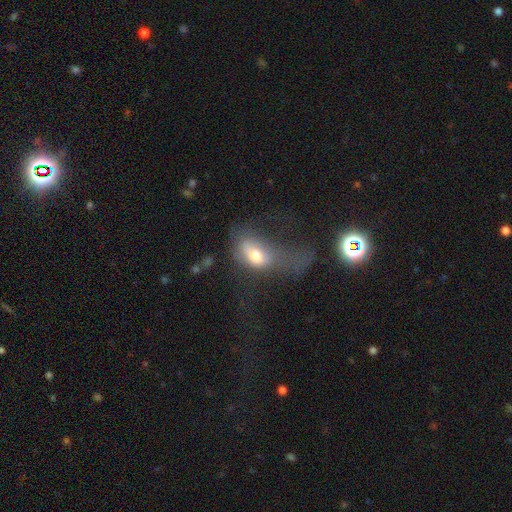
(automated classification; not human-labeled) smooth-or-featured: smooth: 63% | featured or disk: 27% | star or artifact: 10%
  how-rounded: in between: 83% | round: 12% | cigar-shaped: 5%
  merging: major disturbance: 61% | minor disturbance: 17% | none: 15% | merger: 7%